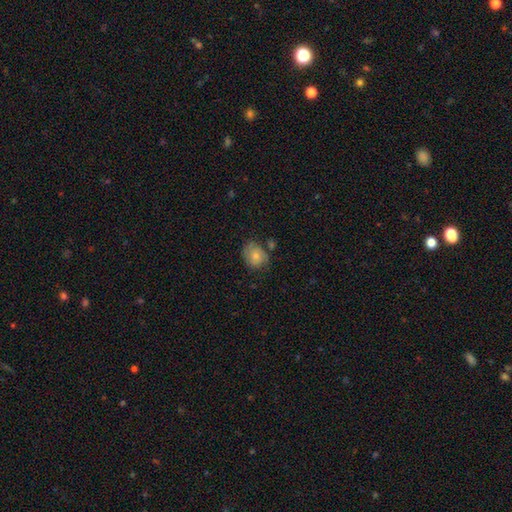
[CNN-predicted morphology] The model was most divided on "how rounded": round: 59%, in between: 40%, cigar-shaped: 1%. More confident: smooth or featured — smooth (66%); merging — none (56%).